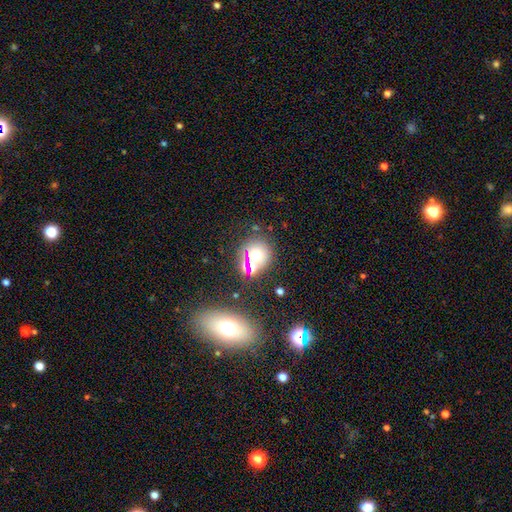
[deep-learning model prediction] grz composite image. It shows a smooth galaxy with no disk features (57%) that is round (85%). Merging: none (64%).